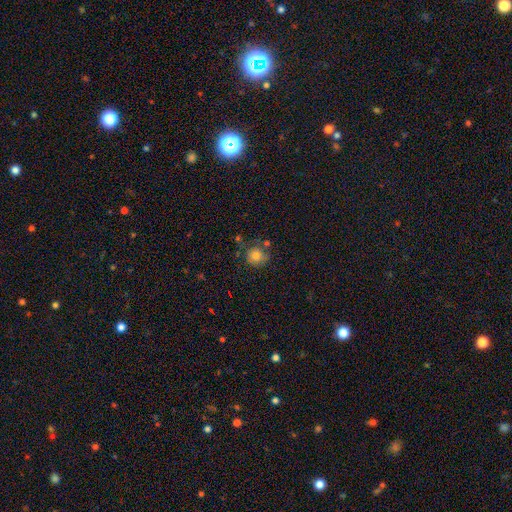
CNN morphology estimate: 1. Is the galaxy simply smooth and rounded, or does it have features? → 79% smooth, 11% featured or disk, 11% star or artifact.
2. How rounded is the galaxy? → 86% round, 13% in between, 1% cigar-shaped.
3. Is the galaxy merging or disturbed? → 64% none, 20% minor disturbance, 9% merger, 7% major disturbance.